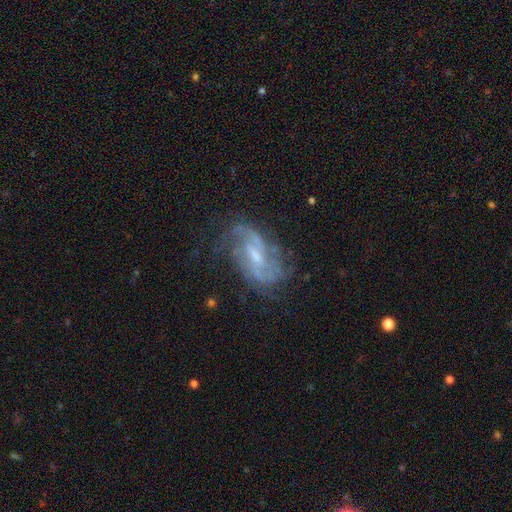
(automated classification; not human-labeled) Smooth or featured?
  - featured or disk: 82% *
  - smooth: 10%
  - star or artifact: 8%
Edge-on disk?
  - no: 96% *
  - yes: 4%
Bar?
  - weak: 55% *
  - no: 25%
  - strong: 20%
Spiral arms?
  - yes: 91% *
  - no: 9%
Spiral winding?
  - medium: 44% *
  - loose: 30%
  - tight: 26%
Spiral arm count?
  - 2: 46% *
  - can't tell: 26%
  - 3: 13%
  - 1: 6%
  - 4: 5%
  - more than 4: 4%
Bulge size?
  - small: 49% *
  - moderate: 37%
  - none: 10%
  - large: 3%
  - dominant: 1%
Merging?
  - none: 58% *
  - minor disturbance: 22%
  - major disturbance: 17%
  - merger: 2%